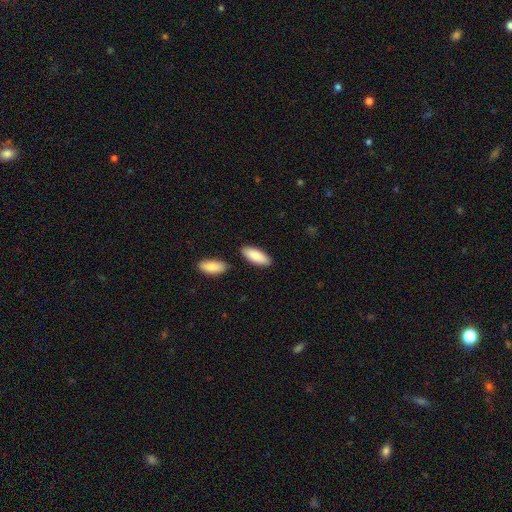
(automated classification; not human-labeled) smooth-or-featured: smooth: 87% | featured or disk: 8% | star or artifact: 5%
  how-rounded: in between: 78% | cigar-shaped: 21% | round: 2%
  merging: none: 81% | minor disturbance: 10% | merger: 6% | major disturbance: 2%